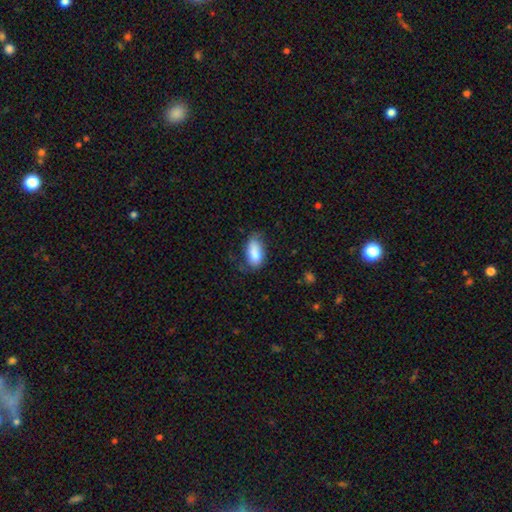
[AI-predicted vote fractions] smooth 83%, featured or disk 10%, star or artifact 7%. Down the decision tree: how rounded — in between (91%); merging — none (55%).